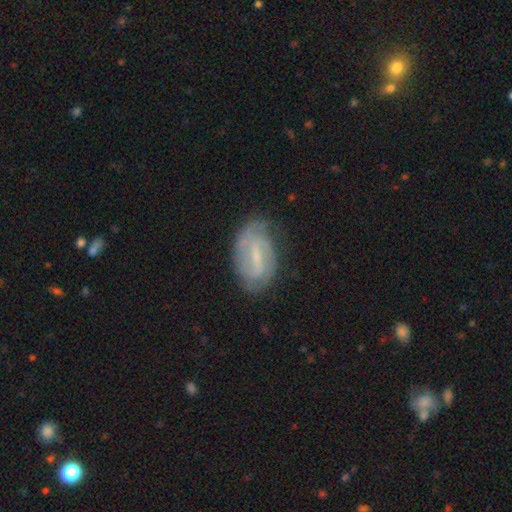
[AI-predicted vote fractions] This is likely a featured or disk galaxy (75%). It is clearly not viewed edge-on (96%). Bar: possibly weak (48%). Spiral arm pattern: clearly yes (88%). Spiral arm count: likely 2 (66%). Spiral winding: possibly tight (46%). Central bulge: possibly small (52%). Merging: likely none (73%).